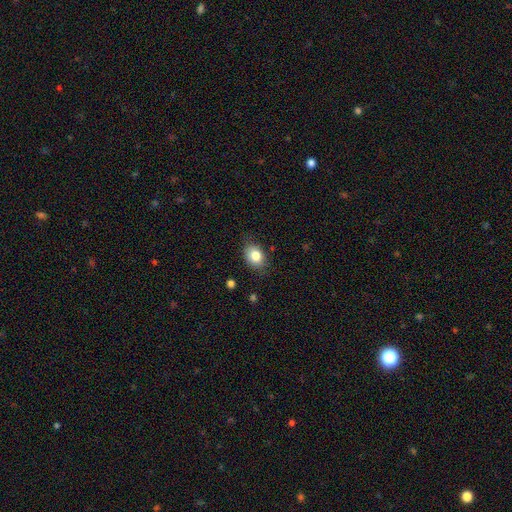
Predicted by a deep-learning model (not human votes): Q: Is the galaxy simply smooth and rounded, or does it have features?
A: smooth — 83%.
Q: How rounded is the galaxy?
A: in between — 66%.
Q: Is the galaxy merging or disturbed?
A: none — 79%.